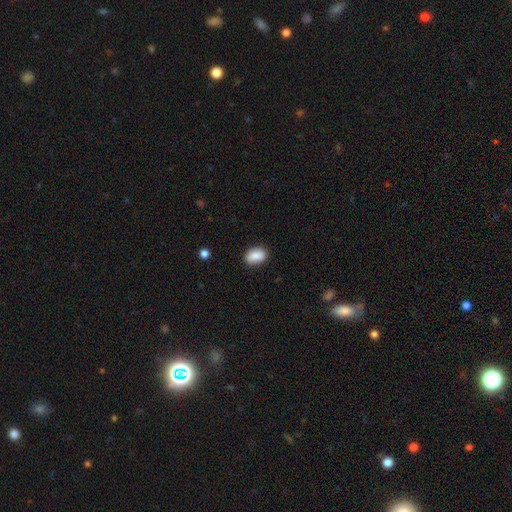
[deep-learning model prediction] Q: Smooth or featured?
A: smooth (87%); runner-up: star or artifact (7%)
Q: How rounded?
A: in between (86%); runner-up: round (12%)
Q: Merging?
A: none (86%); runner-up: minor disturbance (10%)